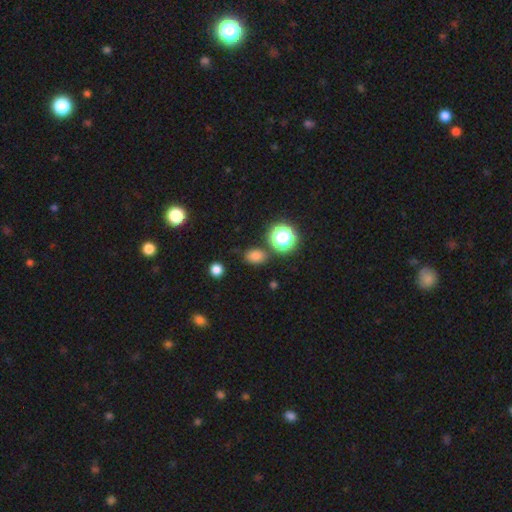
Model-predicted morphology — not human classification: Smooth or featured? Predicted: smooth (p=0.77). How rounded? Predicted: in between (p=0.63). Merging? Predicted: none (p=0.80).